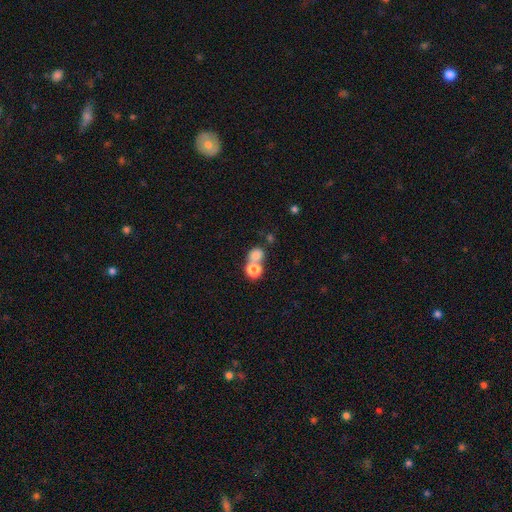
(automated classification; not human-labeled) smooth_or_featured: smooth (p=0.78) [alt: star or artifact p=0.13]
how_rounded: round (p=0.72) [alt: in between p=0.27]
merging: merger (p=0.47) [alt: none p=0.41]